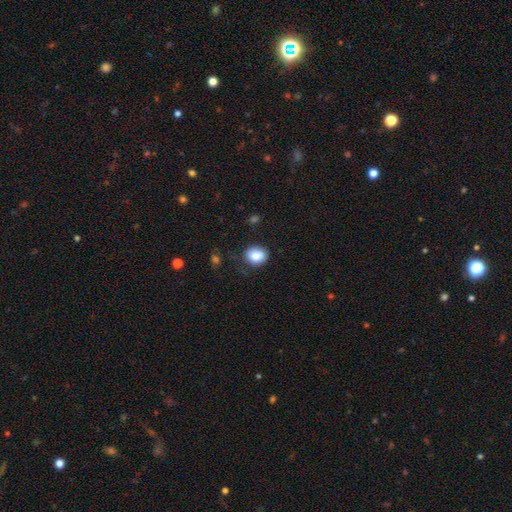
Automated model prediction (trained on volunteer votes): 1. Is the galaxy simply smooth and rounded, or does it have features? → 82% smooth, 9% star or artifact, 9% featured or disk.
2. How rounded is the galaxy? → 54% round, 45% in between, 1% cigar-shaped.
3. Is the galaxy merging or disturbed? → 75% none, 18% minor disturbance, 5% major disturbance, 2% merger.